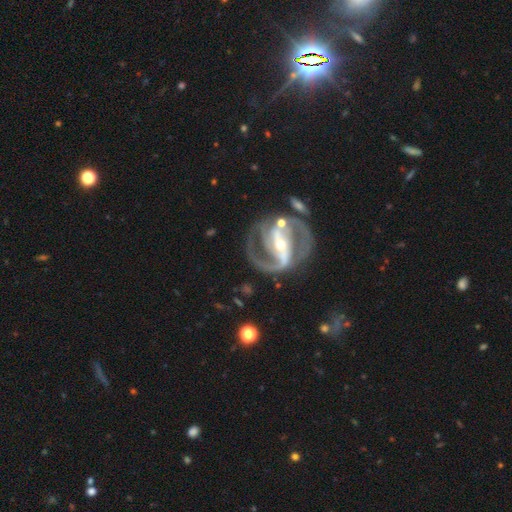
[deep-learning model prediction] Q: Smooth or featured?
A: featured or disk (89%); runner-up: star or artifact (7%)
Q: Edge-on disk?
A: no (95%); runner-up: yes (5%)
Q: Bar?
A: strong (70%); runner-up: weak (21%)
Q: Spiral arms?
A: yes (94%); runner-up: no (6%)
Q: Spiral winding?
A: medium (50%); runner-up: tight (35%)
Q: Spiral arm count?
A: 2 (81%); runner-up: can't tell (6%)
Q: Bulge size?
A: small (55%); runner-up: moderate (40%)
Q: Merging?
A: none (65%); runner-up: minor disturbance (16%)